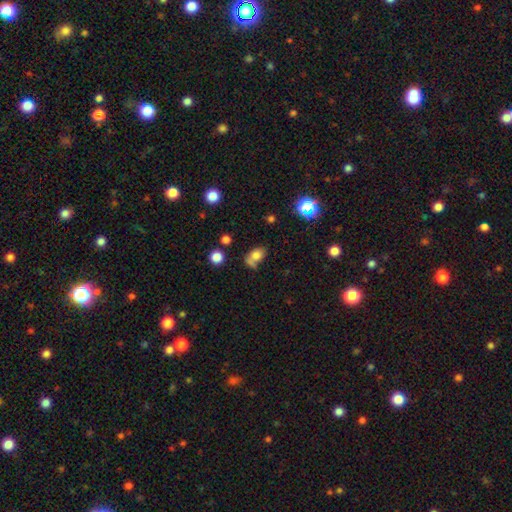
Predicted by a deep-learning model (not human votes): Smooth or featured? Predicted: smooth (p=0.72). How rounded? Predicted: in between (p=0.72). Merging? Predicted: none (p=0.42).